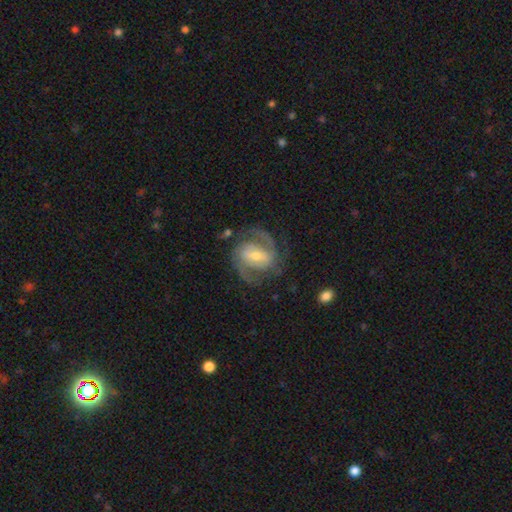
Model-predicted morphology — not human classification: This appears to be a featured or disk galaxy (88%) with a weak bar (44%), 2 (83%) medium (52%) spiral arms (96%) and a moderate central bulge (54%). Merging: none (75%).